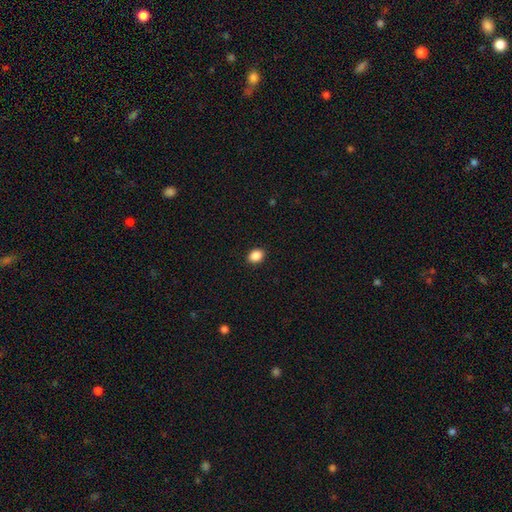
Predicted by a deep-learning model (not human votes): smooth 89%, star or artifact 8%, featured or disk 3%. Down the decision tree: how rounded — in between (68%); merging — none (91%).